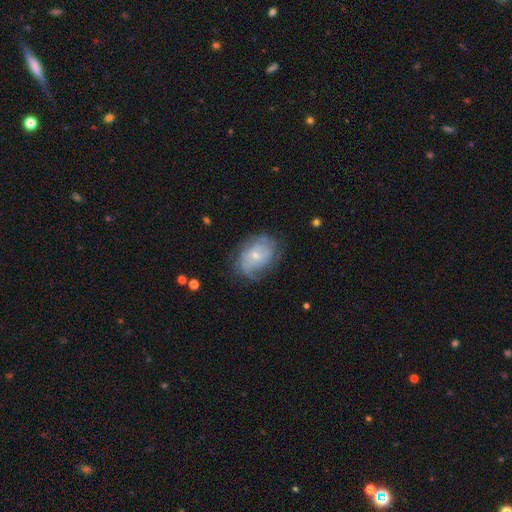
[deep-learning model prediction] This is possibly a featured or disk galaxy (60%). It is clearly not viewed edge-on (96%). Bar: likely no (76%). Spiral arm pattern: likely yes (79%). Central bulge: likely small (69%). Merging: likely none (62%).